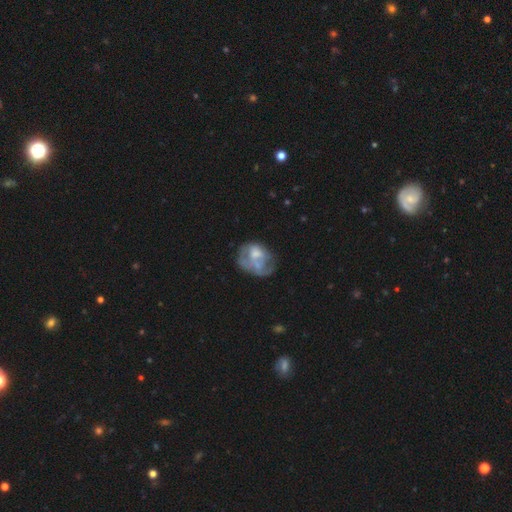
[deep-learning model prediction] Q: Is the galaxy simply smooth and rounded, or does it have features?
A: featured or disk — 53%.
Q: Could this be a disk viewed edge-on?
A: no — 98%.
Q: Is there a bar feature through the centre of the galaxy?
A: no — 82%.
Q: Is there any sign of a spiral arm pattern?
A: no — 72%.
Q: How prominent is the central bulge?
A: moderate — 35%.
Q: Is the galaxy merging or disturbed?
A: none — 32%.